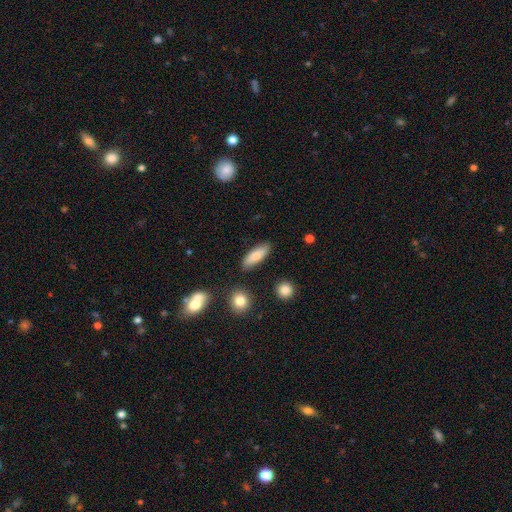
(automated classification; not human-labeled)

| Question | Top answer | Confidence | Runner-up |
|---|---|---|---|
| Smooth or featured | smooth | 80% | featured or disk (13%) |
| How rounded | in between | 57% | cigar-shaped (40%) |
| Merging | none | 84% | minor disturbance (10%) |